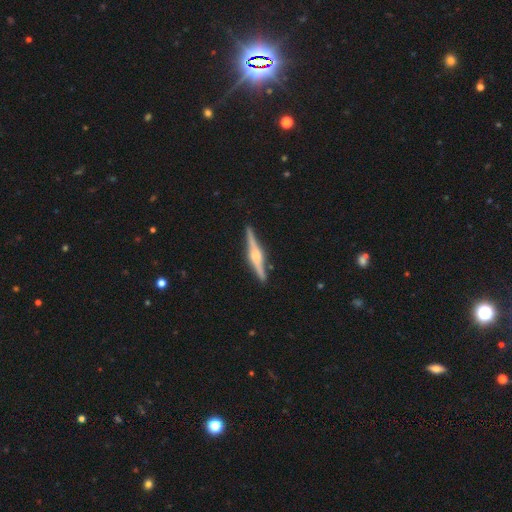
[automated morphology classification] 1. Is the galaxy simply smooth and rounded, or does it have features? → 81% featured or disk, 15% smooth, 5% star or artifact.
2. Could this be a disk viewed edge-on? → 98% yes, 2% no.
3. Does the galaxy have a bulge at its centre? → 87% rounded, 10% boxy, 3% none.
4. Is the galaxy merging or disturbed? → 90% none, 7% minor disturbance, 2% major disturbance, 1% merger.